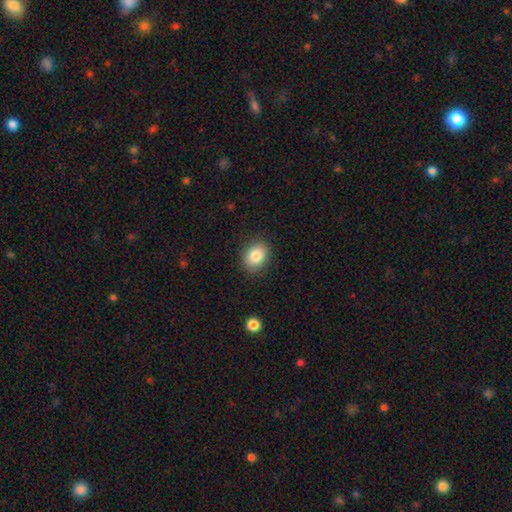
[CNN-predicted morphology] smooth_or_featured: smooth (p=0.83) [alt: star or artifact p=0.09]
how_rounded: in between (p=0.60) [alt: round p=0.39]
merging: none (p=0.86) [alt: minor disturbance p=0.10]